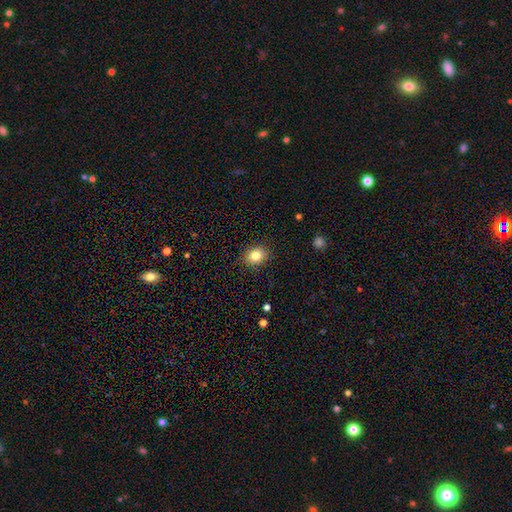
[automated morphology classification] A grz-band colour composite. It shows a smooth galaxy with no disk features (82%) that is round (58%). Merging: none (88%).